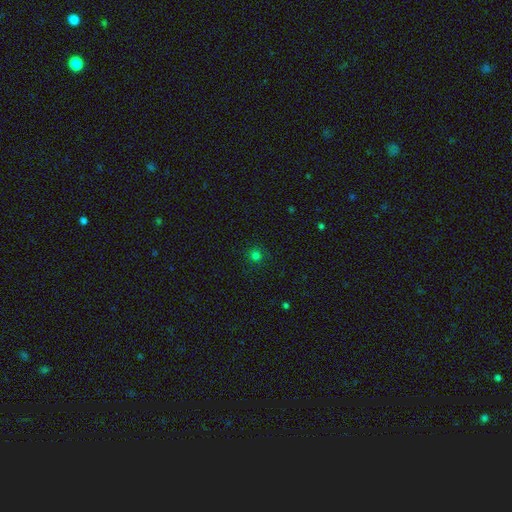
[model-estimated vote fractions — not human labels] Smooth or featured? Predicted: smooth (p=0.75). How rounded? Predicted: round (p=0.92). Merging? Predicted: none (p=0.88).